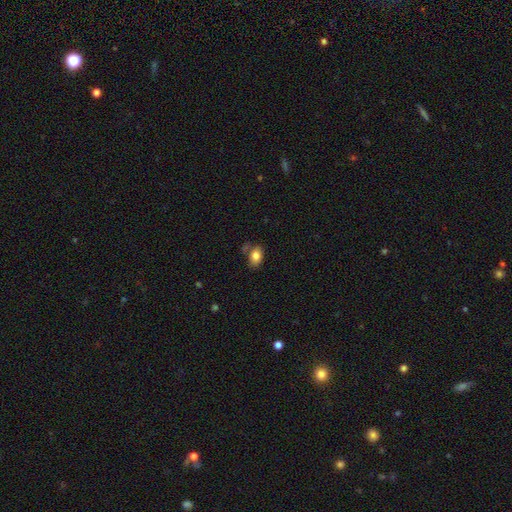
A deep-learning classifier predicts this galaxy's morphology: A smooth galaxy with no disk features (82%) that is in between round and cigar-shaped (84%). Merging: none (65%).